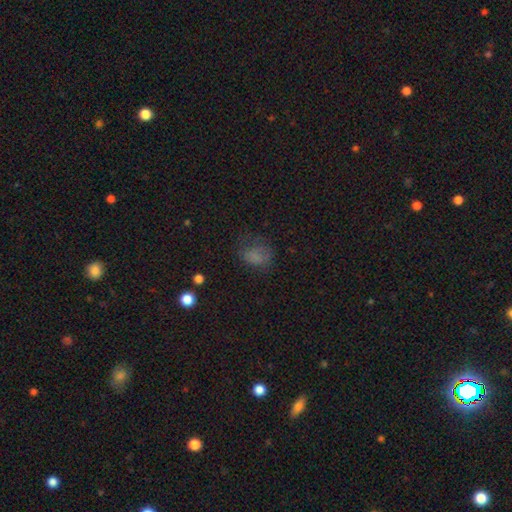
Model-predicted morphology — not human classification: This is likely a smooth galaxy (67%). How rounded: possibly in between (60%). Merging: possibly none (50%).